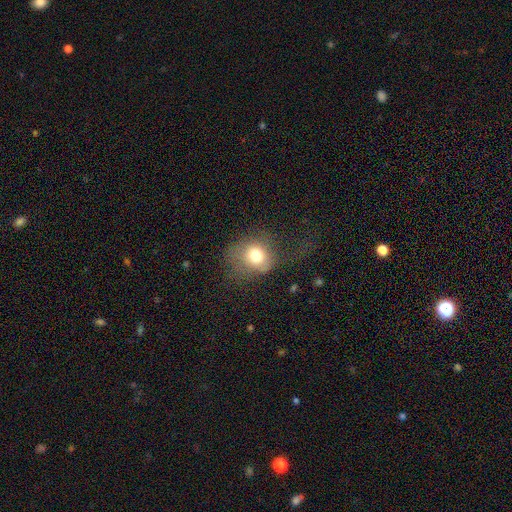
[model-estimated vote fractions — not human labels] This is likely a smooth galaxy (72%). How rounded: likely round (68%). Merging: marginally none (44%).